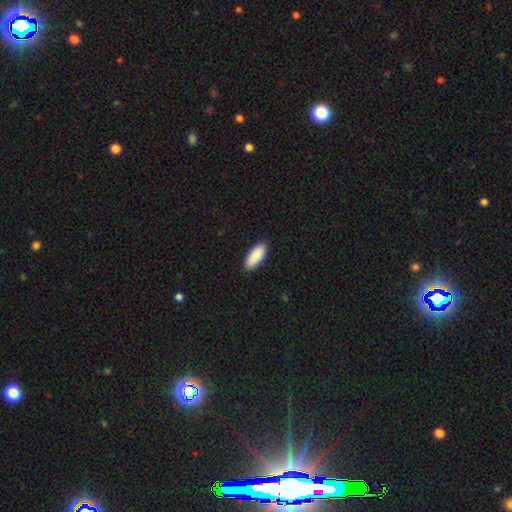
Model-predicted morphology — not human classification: A smooth galaxy with no disk features (91%) that is in between round and cigar-shaped (76%).

Vote fractions:
- Smooth or featured? smooth: 91% / star or artifact: 5% / featured or disk: 4%
- How rounded? in between: 76% / cigar-shaped: 23% / round: 2%
- Merging? none: 90% / minor disturbance: 8% / major disturbance: 2% / merger: 1%